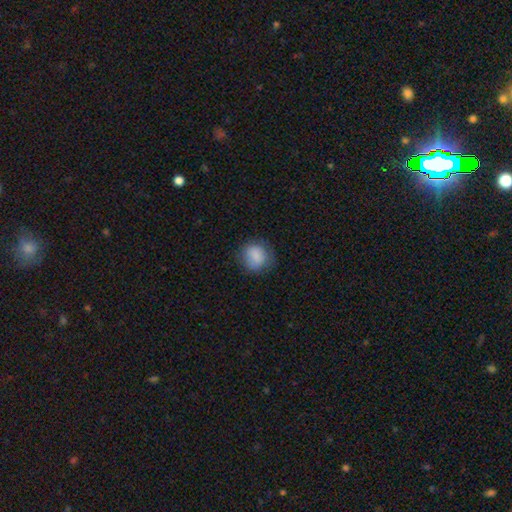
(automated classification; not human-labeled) Q: Smooth or featured?
A: smooth (84%); runner-up: star or artifact (8%)
Q: How rounded?
A: round (77%); runner-up: in between (22%)
Q: Merging?
A: none (75%); runner-up: minor disturbance (18%)